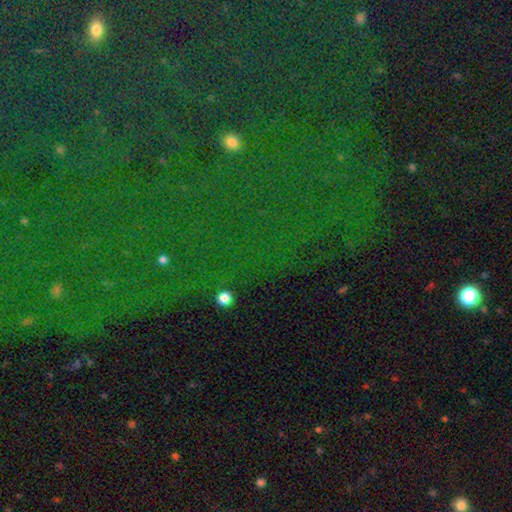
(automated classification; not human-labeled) A star or artifact, not a galaxy (83%).

Vote fractions:
- Smooth or featured? star or artifact: 83% / smooth: 9% / featured or disk: 8%